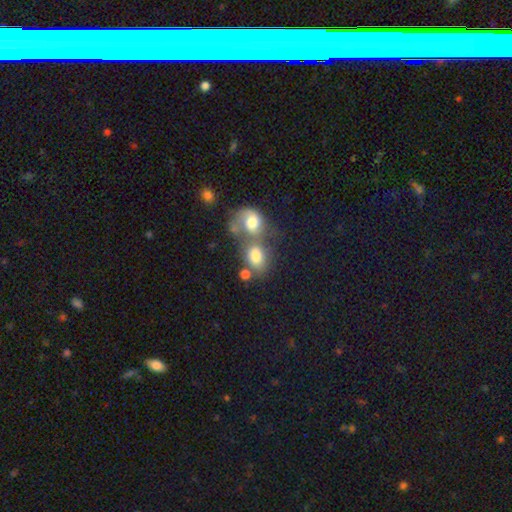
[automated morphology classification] Smooth or featured? smooth (73%)
How rounded? in between (61%)
Merging? merger (56%)